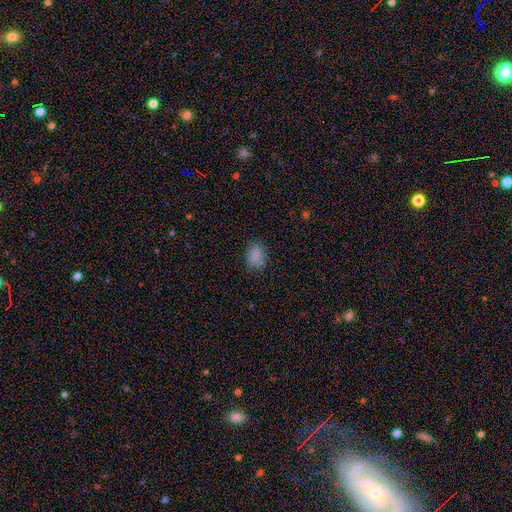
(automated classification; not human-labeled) Q: Smooth or featured?
A: smooth (83%); runner-up: star or artifact (12%)
Q: How rounded?
A: in between (77%); runner-up: round (22%)
Q: Merging?
A: none (78%); runner-up: minor disturbance (16%)